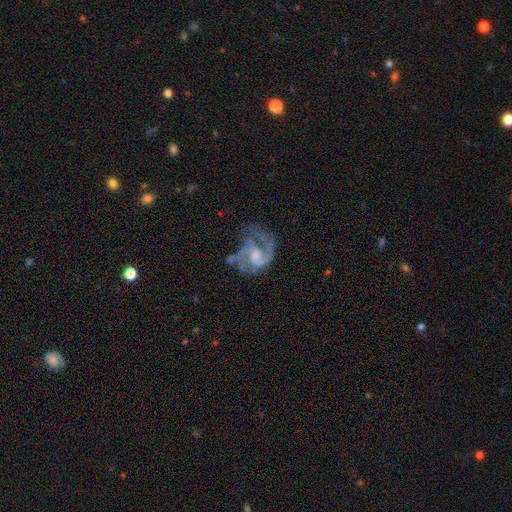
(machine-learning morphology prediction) Smooth or featured? featured or disk (89%)
Edge-on disk? no (98%)
Bar? weak (45%, tied with no)
Spiral arms? yes (96%)
Spiral winding? medium (55%)
Spiral arm count? 2 (54%)
Bulge size? small (44%)
Merging? none (47%)